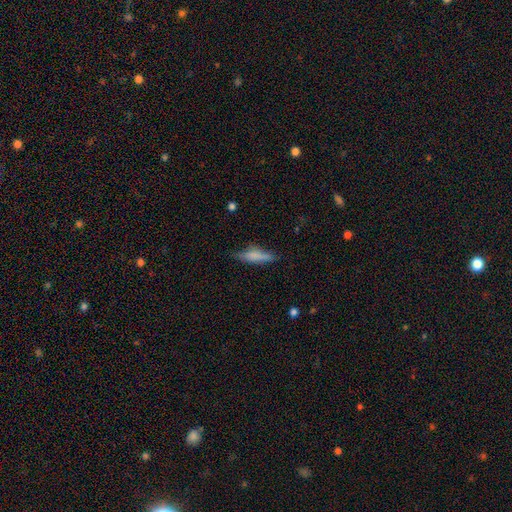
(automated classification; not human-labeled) smooth-or-featured: smooth: 64% | featured or disk: 29% | star or artifact: 7%
  how-rounded: cigar-shaped: 70% | in between: 28% | round: 2%
  merging: none: 73% | minor disturbance: 20% | major disturbance: 5% | merger: 2%